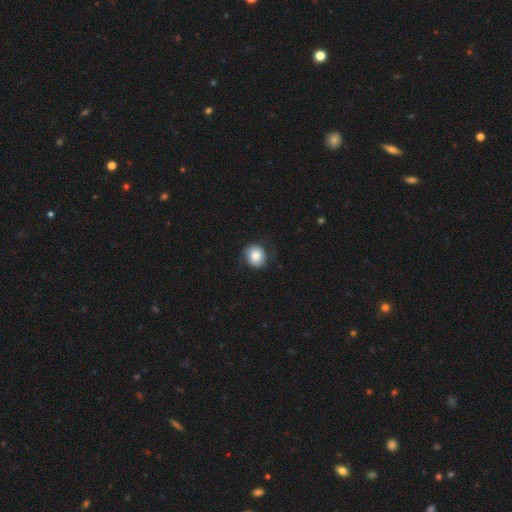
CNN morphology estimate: Smooth or featured: smooth — 79% (featured or disk — 13%)
How rounded: round — 78% (in between — 21%)
Merging: none — 75% (minor disturbance — 18%)